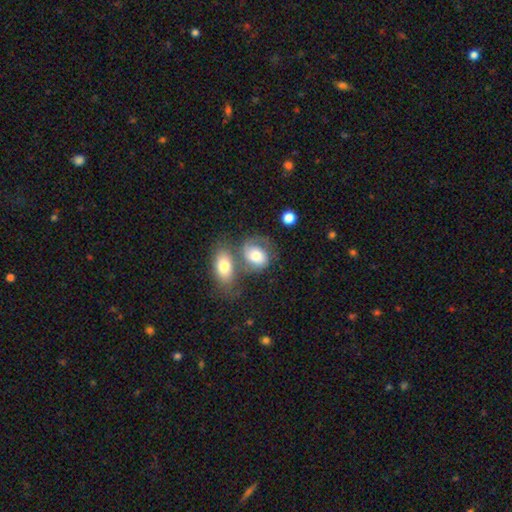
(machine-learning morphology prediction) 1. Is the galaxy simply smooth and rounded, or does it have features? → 46% featured or disk (tied), 46% smooth (tied), 8% star or artifact.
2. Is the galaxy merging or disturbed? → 42% merger, 30% none, 15% minor disturbance, 13% major disturbance.